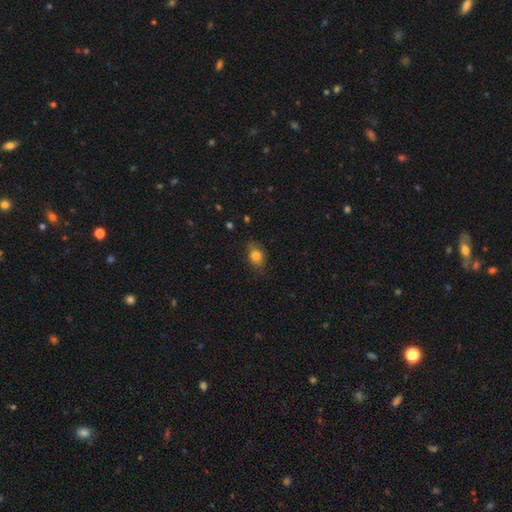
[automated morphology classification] This appears to be a smooth galaxy with no disk features (82%) that is in between round and cigar-shaped (74%). Merging: none (77%).